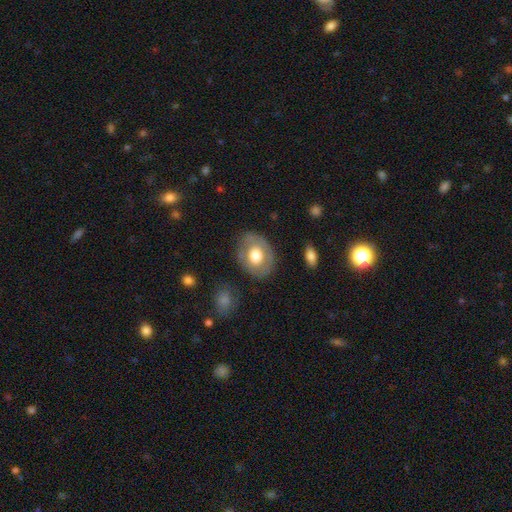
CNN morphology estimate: type=smooth (57%); roundness=in between (61%); merging=none (77%).